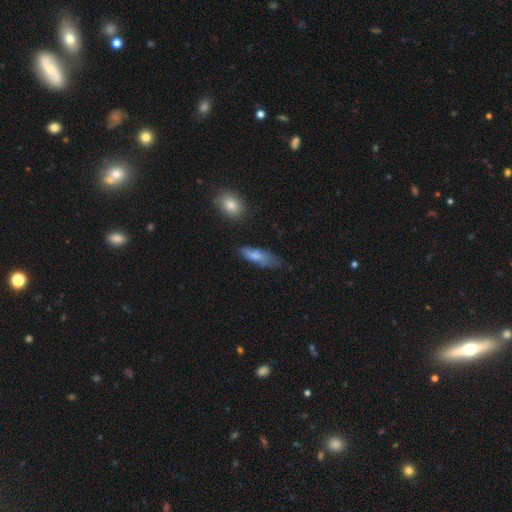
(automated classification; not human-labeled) smooth_or_featured: smooth (p=0.74) [alt: featured or disk p=0.19]
how_rounded: in between (p=0.54) [alt: cigar-shaped p=0.43]
merging: none (p=0.51) [alt: minor disturbance p=0.34]